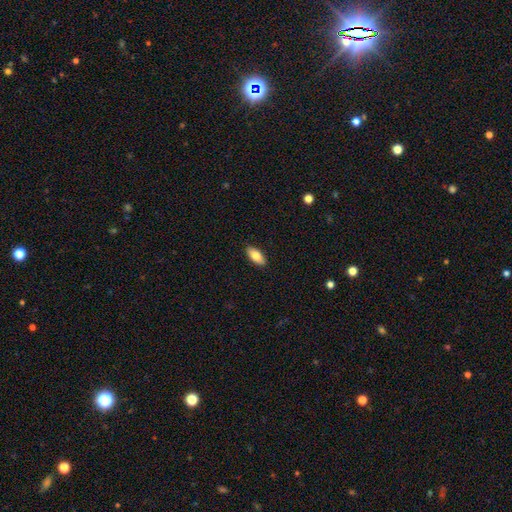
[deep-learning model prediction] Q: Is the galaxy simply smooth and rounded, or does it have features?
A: smooth — 81%.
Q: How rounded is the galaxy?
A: in between — 88%.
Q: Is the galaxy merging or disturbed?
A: none — 90%.